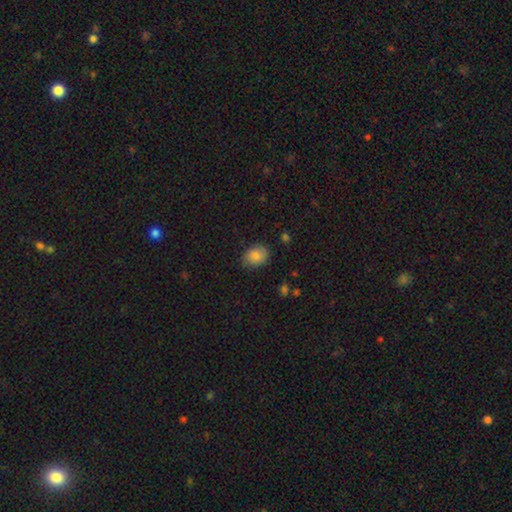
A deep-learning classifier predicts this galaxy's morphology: smooth-or-featured: smooth: 85% | star or artifact: 8% | featured or disk: 7%
  how-rounded: in between: 71% | round: 28% | cigar-shaped: 1%
  merging: none: 78% | minor disturbance: 17% | major disturbance: 3% | merger: 1%